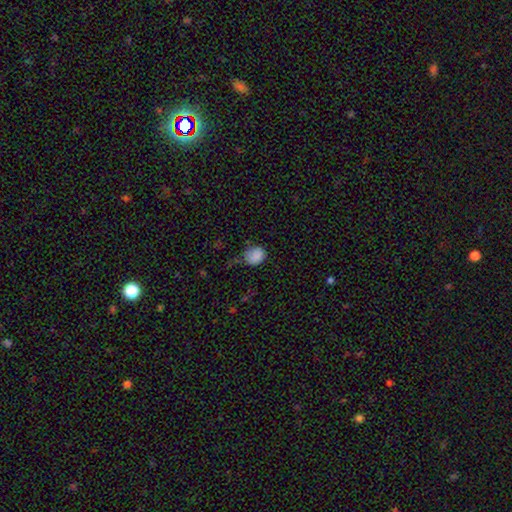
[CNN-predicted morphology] This is clearly a smooth galaxy (85%). How rounded: likely round (64%). Merging: possibly none (52%).